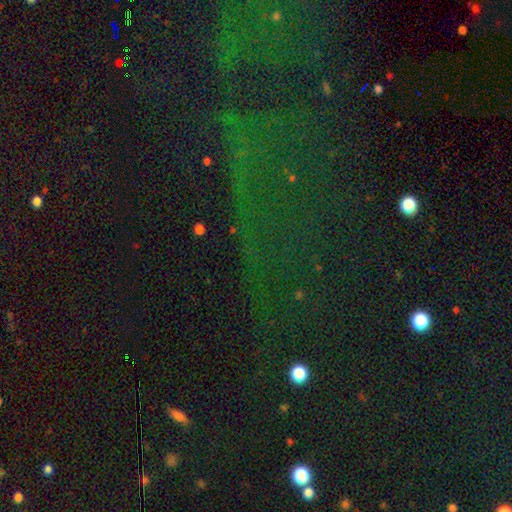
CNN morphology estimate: This appears to be a star or artifact, not a galaxy (76%).